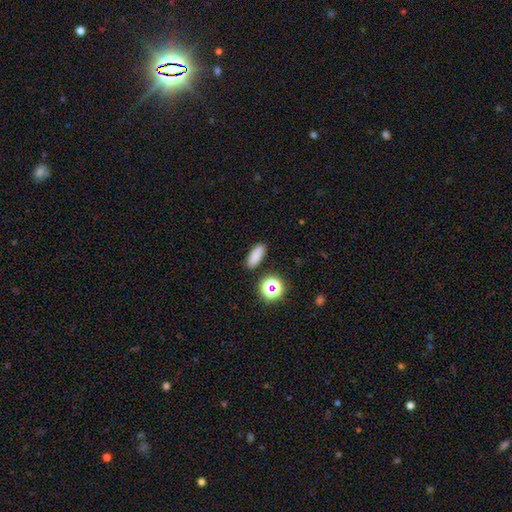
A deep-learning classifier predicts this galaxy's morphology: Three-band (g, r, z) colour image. It shows a smooth galaxy with no disk features (81%) that is in between round and cigar-shaped (65%). Merging: none (87%).